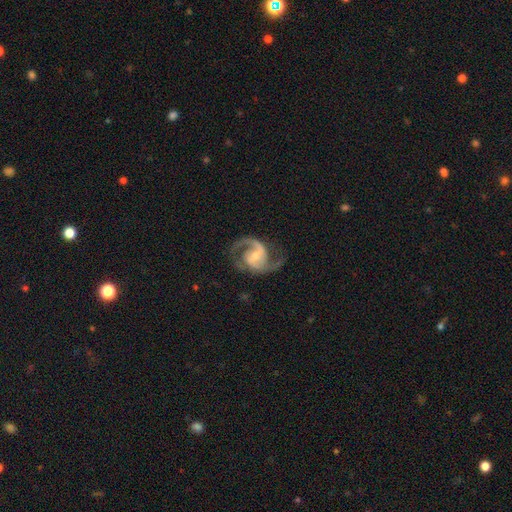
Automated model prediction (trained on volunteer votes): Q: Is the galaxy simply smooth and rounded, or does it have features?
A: featured or disk — 91%.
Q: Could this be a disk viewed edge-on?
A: no — 98%.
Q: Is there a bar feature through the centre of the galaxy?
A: no — 45%.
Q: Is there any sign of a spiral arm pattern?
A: yes — 98%.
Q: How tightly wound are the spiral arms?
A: medium — 59%.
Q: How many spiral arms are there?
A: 2 — 91%.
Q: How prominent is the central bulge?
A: small — 48%.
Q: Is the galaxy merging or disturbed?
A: none — 71%.